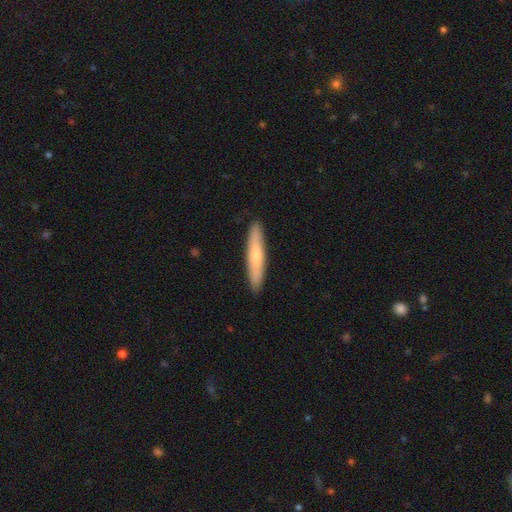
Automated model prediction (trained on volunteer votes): This is likely a smooth galaxy (61%). How rounded: clearly cigar-shaped (90%). Merging: clearly none (91%).